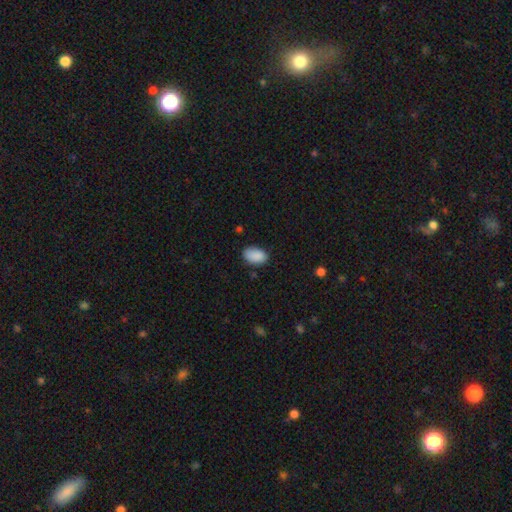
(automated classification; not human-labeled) Smooth or featured?
  - smooth: 89% *
  - star or artifact: 7%
  - featured or disk: 3%
How rounded?
  - in between: 91% *
  - round: 8%
  - cigar-shaped: 1%
Merging?
  - none: 79% *
  - minor disturbance: 17%
  - major disturbance: 3%
  - merger: 1%